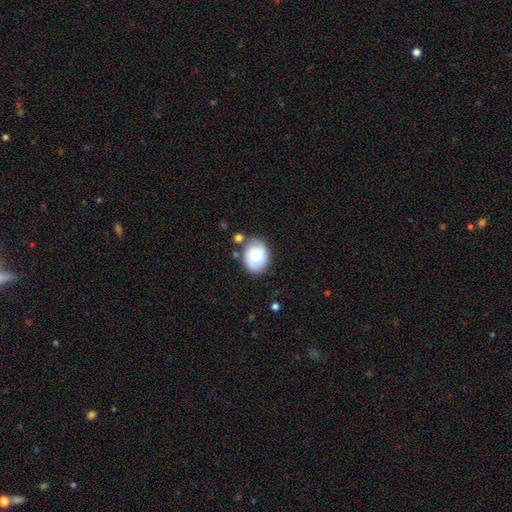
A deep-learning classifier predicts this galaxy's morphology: This is possibly a smooth galaxy (58%). How rounded: possibly in between (53%). Merging: likely none (65%).